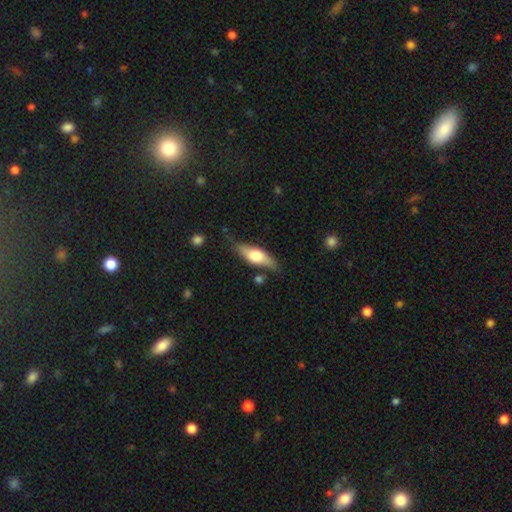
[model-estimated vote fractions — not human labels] Smooth or featured? Predicted: smooth (p=0.49). Merging? Predicted: none (p=0.70).